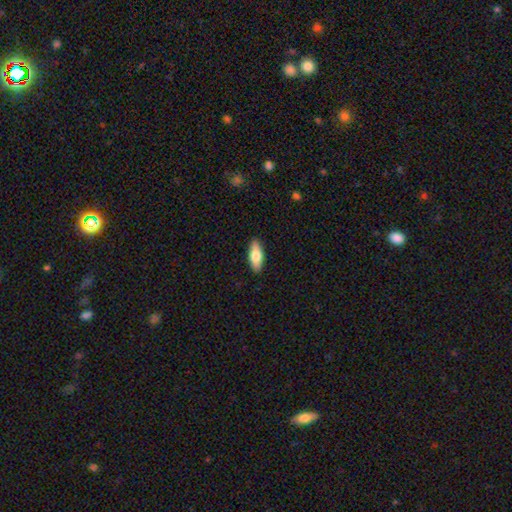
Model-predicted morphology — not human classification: Smooth or featured: smooth — 73% (featured or disk — 21%)
How rounded: in between — 75% (cigar-shaped — 22%)
Merging: none — 90% (minor disturbance — 8%)